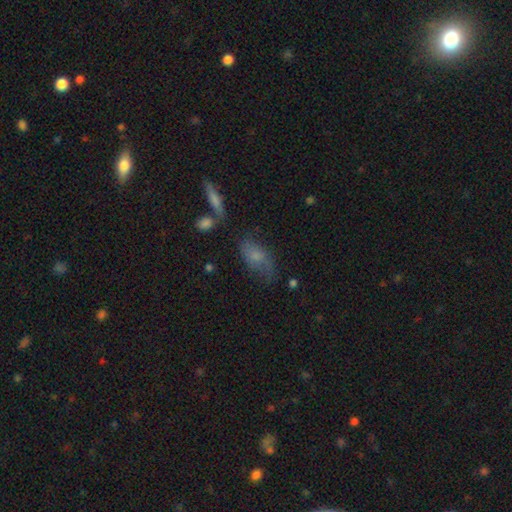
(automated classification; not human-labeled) smooth-or-featured: smooth: 61% | featured or disk: 28% | star or artifact: 10%
  how-rounded: in between: 85% | cigar-shaped: 8% | round: 7%
  merging: none: 50% | minor disturbance: 29% | major disturbance: 16% | merger: 6%